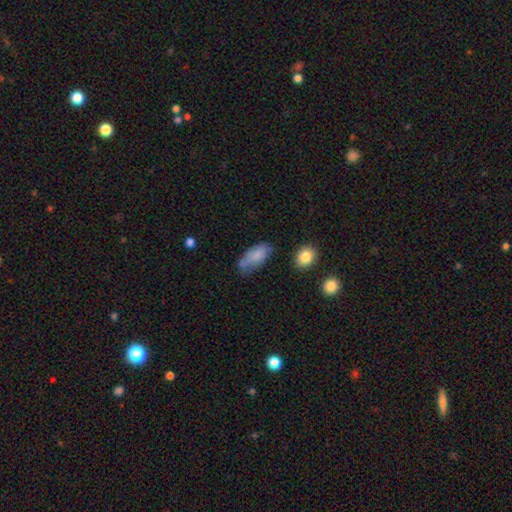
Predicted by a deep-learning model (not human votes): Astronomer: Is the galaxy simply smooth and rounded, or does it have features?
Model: smooth — 78%.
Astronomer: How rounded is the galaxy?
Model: in between — 90%.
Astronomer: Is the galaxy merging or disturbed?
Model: none — 51% (runner-up: minor disturbance, 31%).